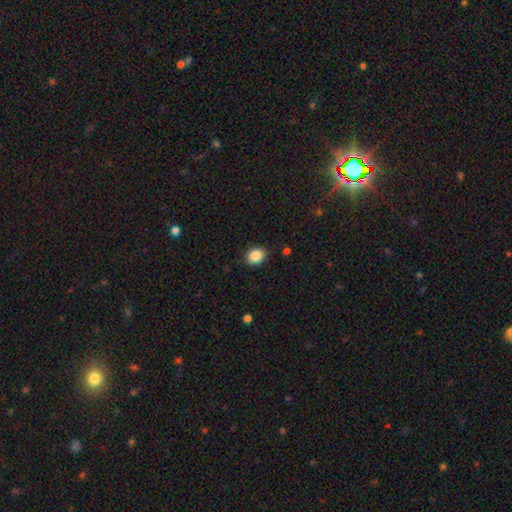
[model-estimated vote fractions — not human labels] smooth-or-featured: smooth: 88% | star or artifact: 9% | featured or disk: 4%
  how-rounded: in between: 52% | round: 47% | cigar-shaped: 1%
  merging: none: 86% | minor disturbance: 11% | major disturbance: 3% | merger: 1%